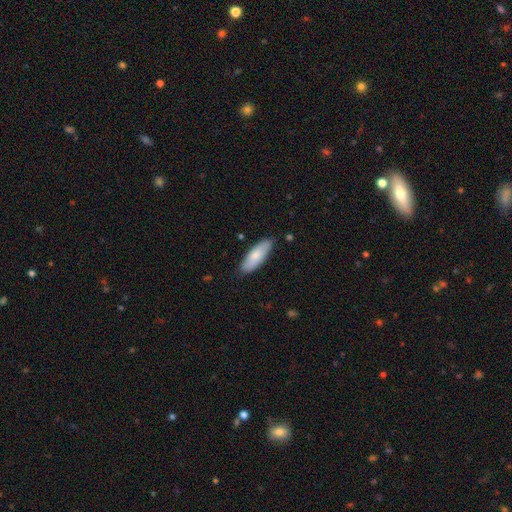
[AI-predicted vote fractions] Smooth or featured? Predicted: smooth (p=0.79). How rounded? Predicted: in between (p=0.66). Merging? Predicted: none (p=0.84).